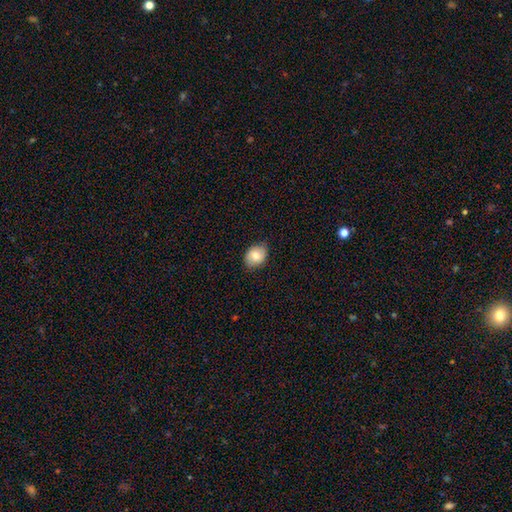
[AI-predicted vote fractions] A smooth galaxy with no disk features (75%) that is in between round and cigar-shaped (63%).

Vote fractions:
- Smooth or featured? smooth: 75% / featured or disk: 18% / star or artifact: 7%
- How rounded? in between: 63% / round: 36% / cigar-shaped: 1%
- Merging? none: 81% / minor disturbance: 16% / major disturbance: 3% / merger: 1%